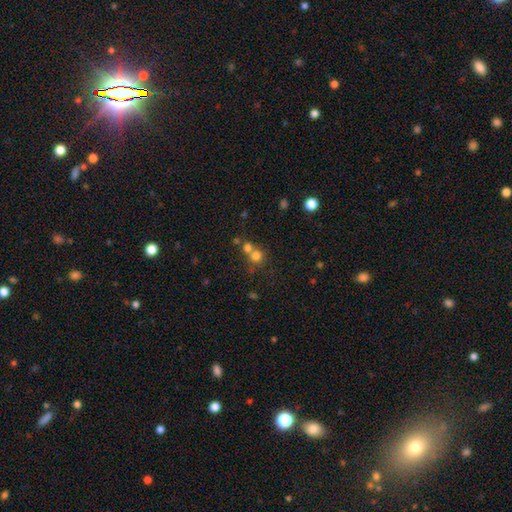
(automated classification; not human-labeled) A smooth galaxy with no disk features (72%) that is round (86%).

Vote fractions:
- Smooth or featured? smooth: 72% / star or artifact: 16% / featured or disk: 12%
- How rounded? round: 86% / in between: 13% / cigar-shaped: 1%
- Merging? merger: 45% (tied) / none: 45% (tied) / minor disturbance: 6% / major disturbance: 4%